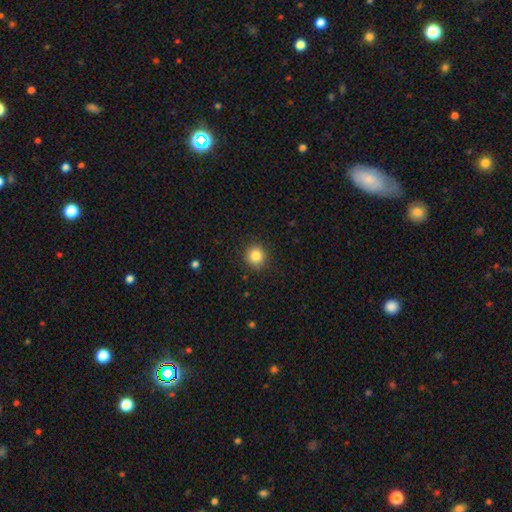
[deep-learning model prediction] smooth_or_featured: smooth (p=0.84) [alt: star or artifact p=0.10]
how_rounded: round (p=0.93) [alt: in between p=0.06]
merging: none (p=0.91) [alt: minor disturbance p=0.06]